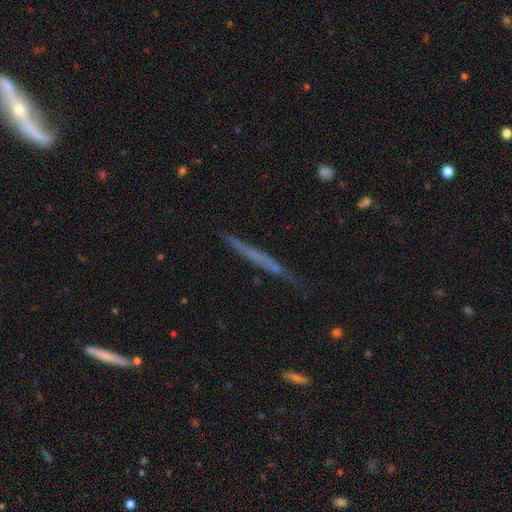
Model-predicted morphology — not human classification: Smooth or featured? featured or disk (48%)
Merging? none (73%)